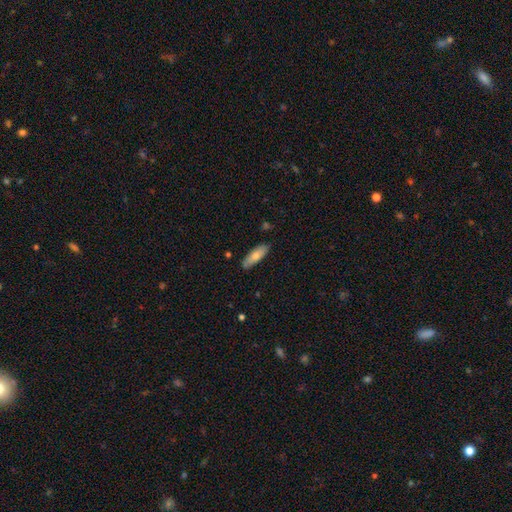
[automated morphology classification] This is likely a smooth galaxy (73%). How rounded: possibly in between (55%). Merging: clearly none (83%).